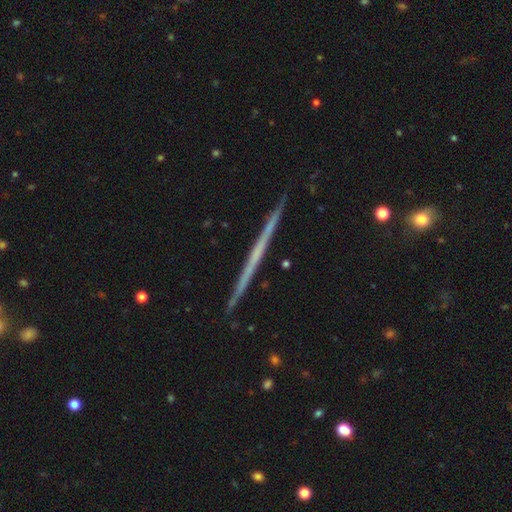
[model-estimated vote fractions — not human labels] smooth_or_featured: featured or disk (p=0.67) [alt: smooth p=0.27]
disk_edge_on: yes (p=0.98) [alt: no p=0.02]
edge_on_bulge: none (p=0.91) [alt: rounded p=0.06]
merging: none (p=0.92) [alt: minor disturbance p=0.06]